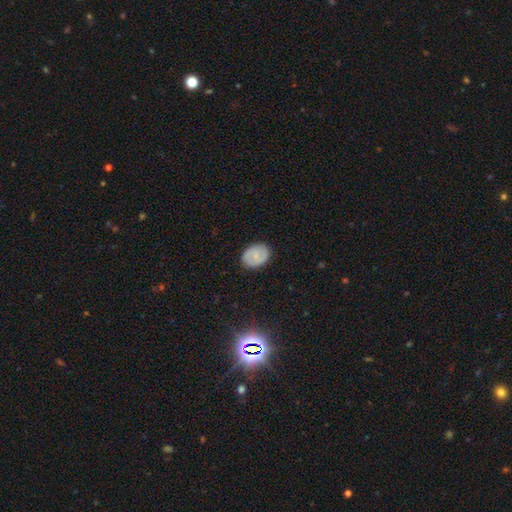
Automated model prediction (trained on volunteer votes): smooth-or-featured: smooth: 59% | featured or disk: 33% | star or artifact: 8%
  how-rounded: in between: 64% | round: 35% | cigar-shaped: 1%
  merging: none: 86% | minor disturbance: 10% | major disturbance: 2% | merger: 1%